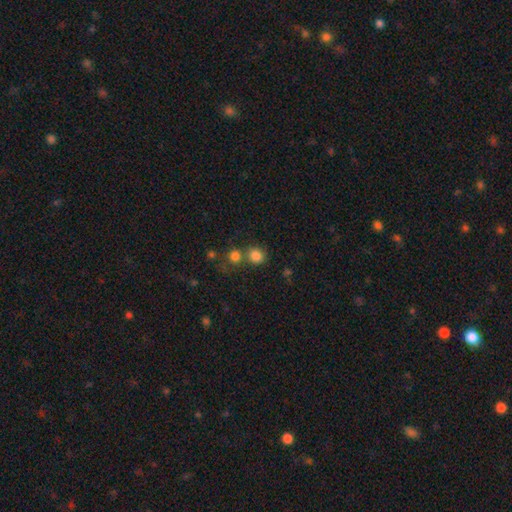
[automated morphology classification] A smooth galaxy with no disk features (82%) that is round (79%).

Vote fractions:
- Smooth or featured? smooth: 82% / star or artifact: 13% / featured or disk: 6%
- How rounded? round: 79% / in between: 21% / cigar-shaped: 1%
- Merging? none: 60% / merger: 27% / minor disturbance: 9% / major disturbance: 4%